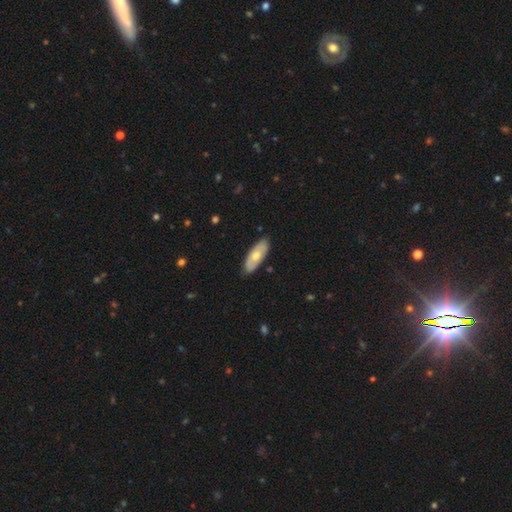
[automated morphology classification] Q: Smooth or featured?
A: smooth (53%); runner-up: featured or disk (41%)
Q: How rounded?
A: in between (71%); runner-up: cigar-shaped (26%)
Q: Merging?
A: none (88%); runner-up: minor disturbance (9%)